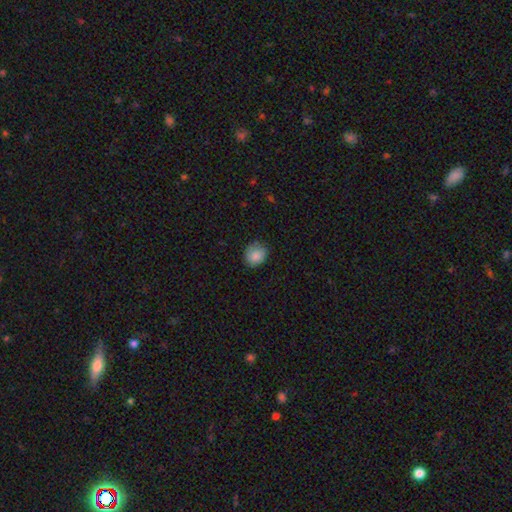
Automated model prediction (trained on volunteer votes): Morphology: type=smooth (85%); roundness=round (71%); merging=none (75%).